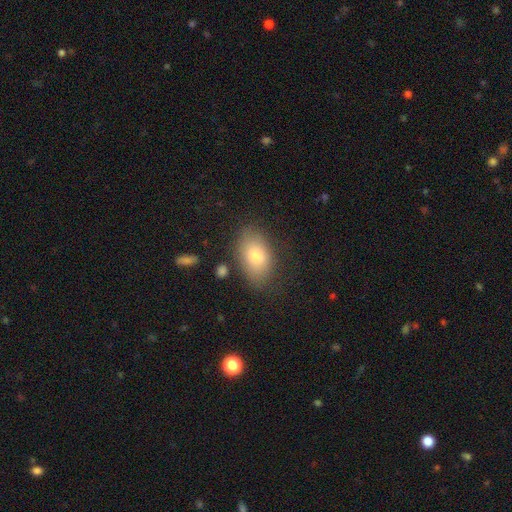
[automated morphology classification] A smooth galaxy with no disk features (79%) that is in between round and cigar-shaped (90%).

Vote fractions:
- Smooth or featured? smooth: 79% / featured or disk: 13% / star or artifact: 8%
- How rounded? in between: 90% / round: 9% / cigar-shaped: 2%
- Merging? none: 76% / minor disturbance: 16% / major disturbance: 5% / merger: 3%